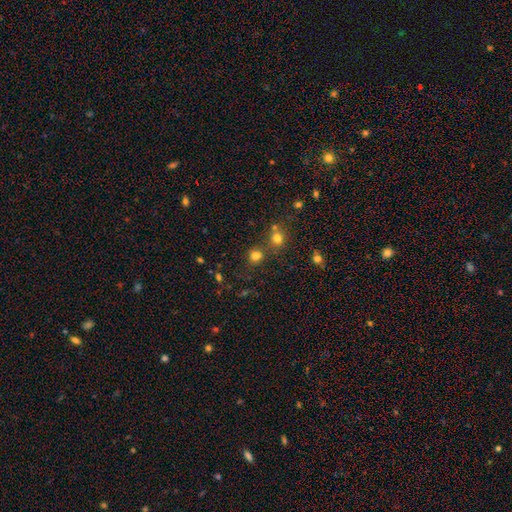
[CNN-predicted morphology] Overall: smooth (74%). How rounded: round (80%). Merging: none (63%; merger 24%).